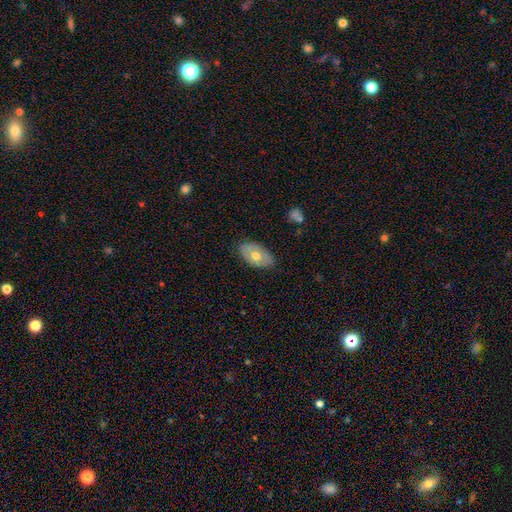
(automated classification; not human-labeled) Smooth or featured? Predicted: smooth (p=0.52). How rounded? Predicted: in between (p=0.91). Merging? Predicted: none (p=0.80).